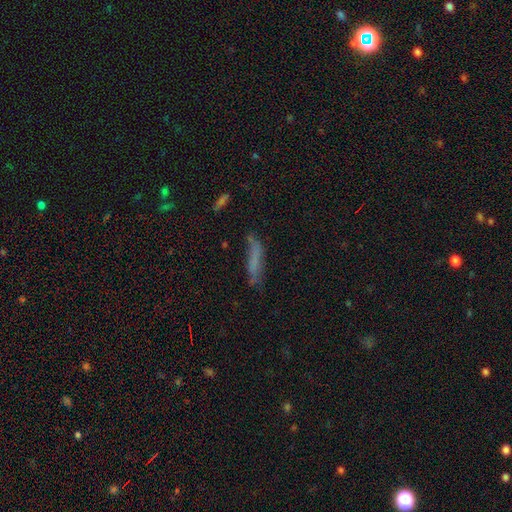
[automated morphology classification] Smooth or featured?
  - smooth: 61% *
  - featured or disk: 27%
  - star or artifact: 12%
How rounded?
  - cigar-shaped: 84% *
  - in between: 14%
  - round: 2%
Merging?
  - none: 60% *
  - minor disturbance: 25%
  - major disturbance: 11%
  - merger: 4%